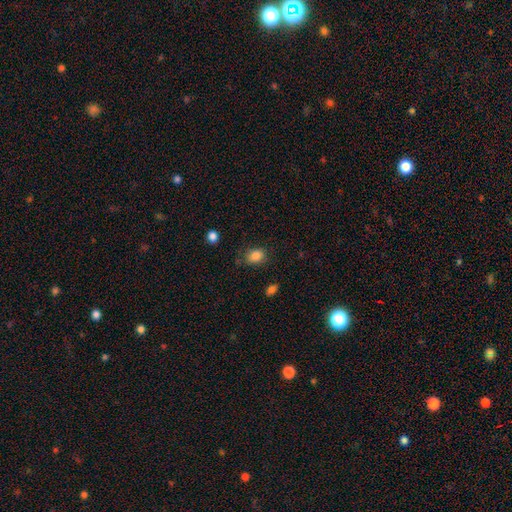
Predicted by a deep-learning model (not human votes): Smooth or featured?
  - smooth: 84% *
  - star or artifact: 10%
  - featured or disk: 6%
How rounded?
  - in between: 61% *
  - round: 38%
  - cigar-shaped: 1%
Merging?
  - none: 75% *
  - minor disturbance: 18%
  - major disturbance: 4%
  - merger: 2%